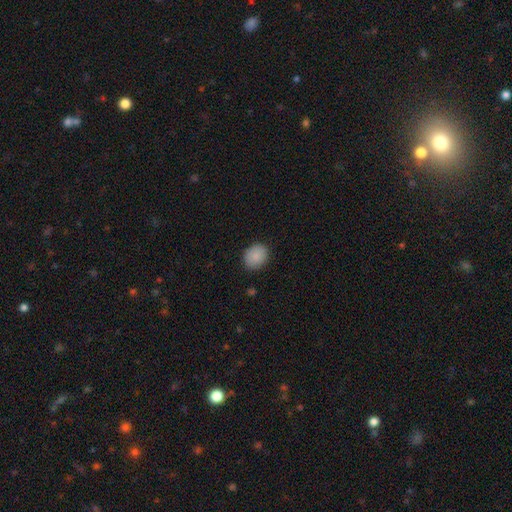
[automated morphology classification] Smooth or featured? Predicted: smooth (p=0.88). How rounded? Predicted: round (p=0.50). Merging? Predicted: none (p=0.86).